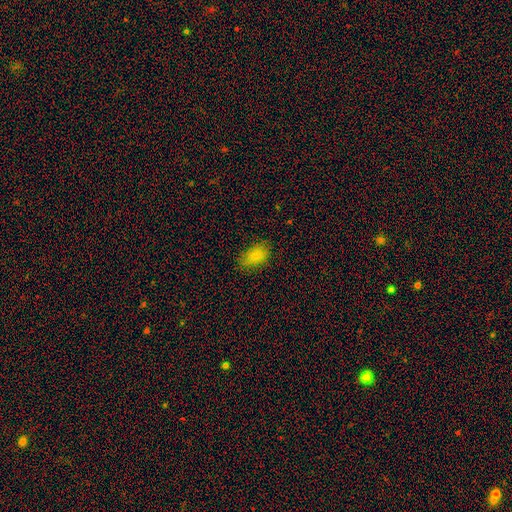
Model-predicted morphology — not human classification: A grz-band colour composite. It shows a smooth galaxy with no disk features (84%) that is in between round and cigar-shaped (91%). Merging: none (75%).